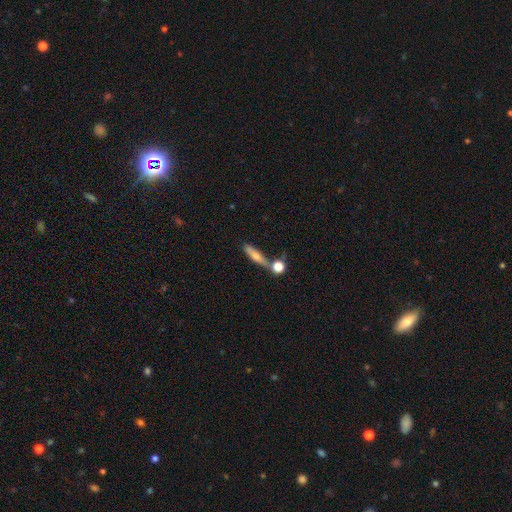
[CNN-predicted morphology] A smooth galaxy with no disk features (65%) that is cigar-shaped (69%).

Vote fractions:
- Smooth or featured? smooth: 65% / featured or disk: 26% / star or artifact: 9%
- How rounded? cigar-shaped: 69% / in between: 24% / round: 7%
- Merging? none: 55% / merger: 24% / minor disturbance: 14% / major disturbance: 7%